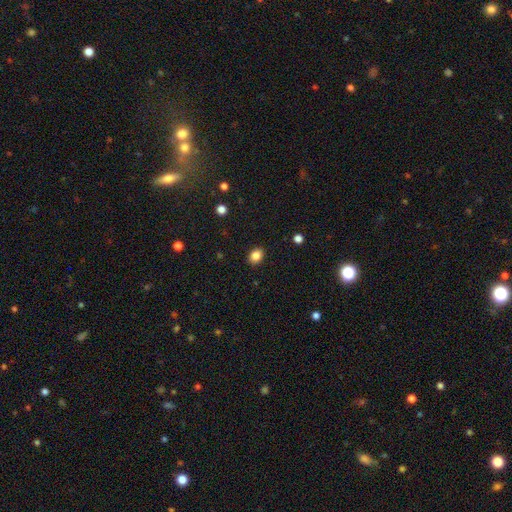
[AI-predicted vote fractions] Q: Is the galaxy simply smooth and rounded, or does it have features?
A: smooth — 86%.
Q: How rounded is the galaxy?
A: in between — 59%.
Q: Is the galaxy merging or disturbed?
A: none — 90%.